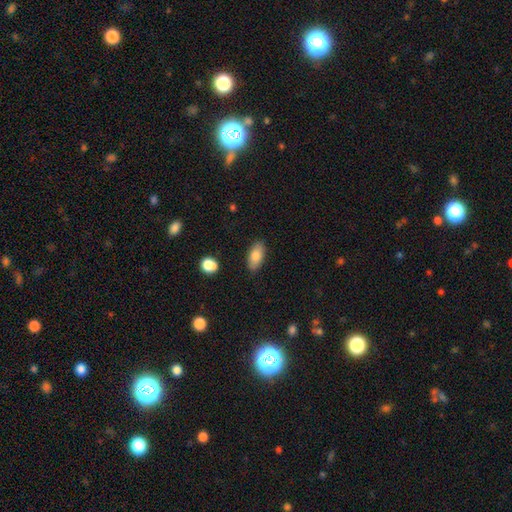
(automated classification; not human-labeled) Q: Smooth or featured?
A: smooth (81%); runner-up: featured or disk (12%)
Q: How rounded?
A: in between (91%); runner-up: cigar-shaped (6%)
Q: Merging?
A: none (85%); runner-up: minor disturbance (11%)